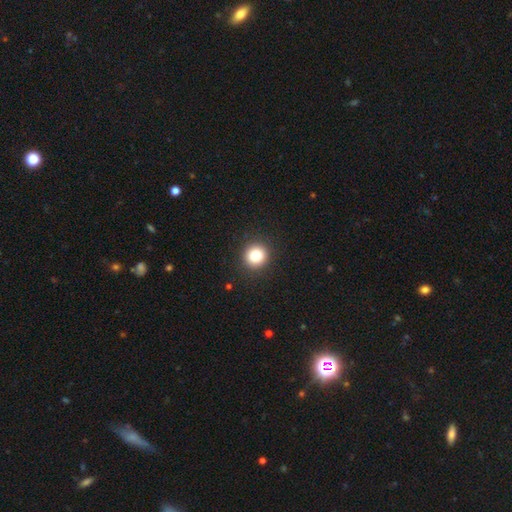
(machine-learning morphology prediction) type=smooth (83%); roundness=round (91%); merging=none (92%).